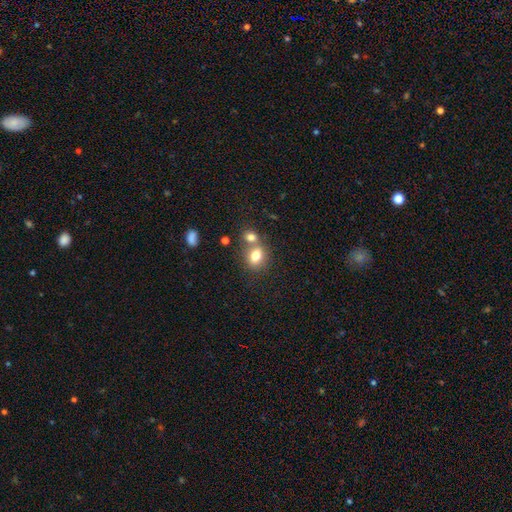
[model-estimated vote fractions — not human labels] smooth 78%, featured or disk 12%, star or artifact 10%. Down the decision tree: how rounded — in between (56%); merging — none (45%).